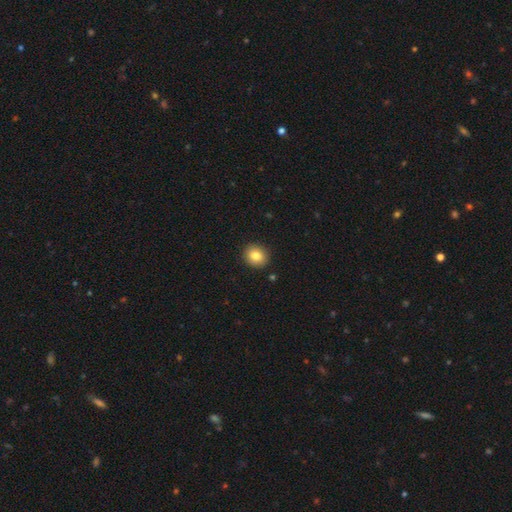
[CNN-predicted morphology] smooth 84%, star or artifact 9%, featured or disk 7%. Down the decision tree: how rounded — round (76%); merging — none (90%).